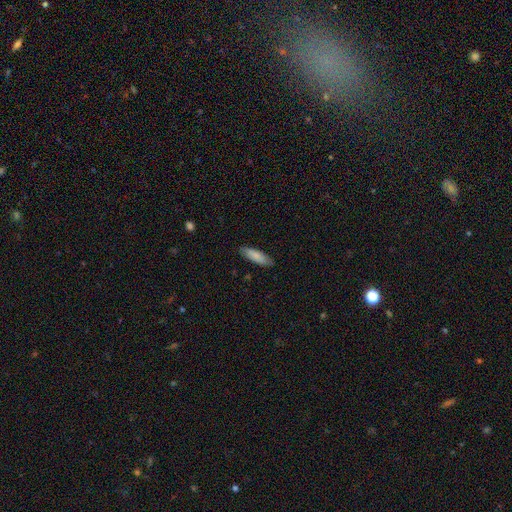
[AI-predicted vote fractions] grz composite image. It shows a smooth galaxy with no disk features (82%) that is cigar-shaped (53%). Merging: none (85%).